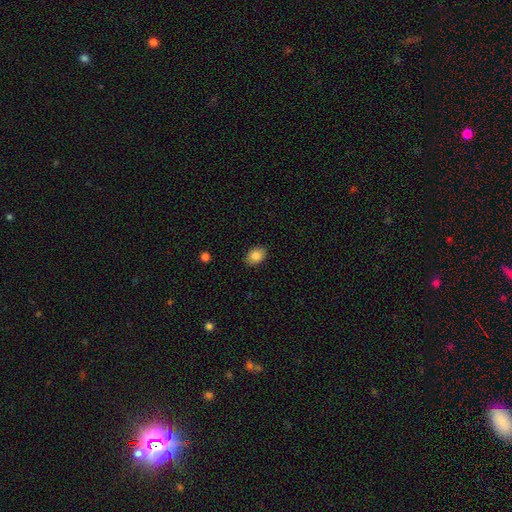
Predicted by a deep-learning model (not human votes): A smooth galaxy with no disk features (85%) that is in between round and cigar-shaped (78%). Merging: none (87%).